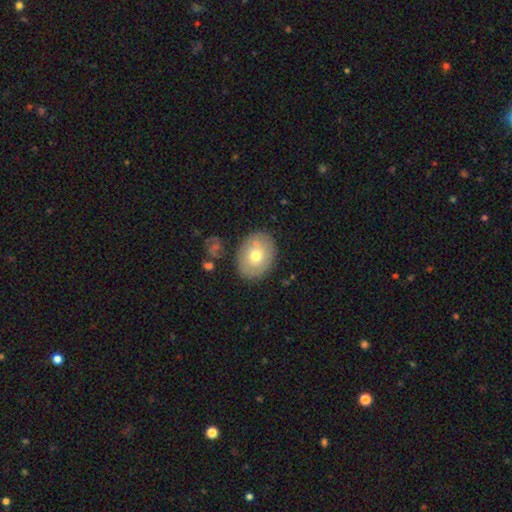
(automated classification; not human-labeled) Q: Smooth or featured?
A: smooth (61%); runner-up: featured or disk (31%)
Q: How rounded?
A: in between (61%); runner-up: round (38%)
Q: Merging?
A: none (81%); runner-up: minor disturbance (12%)